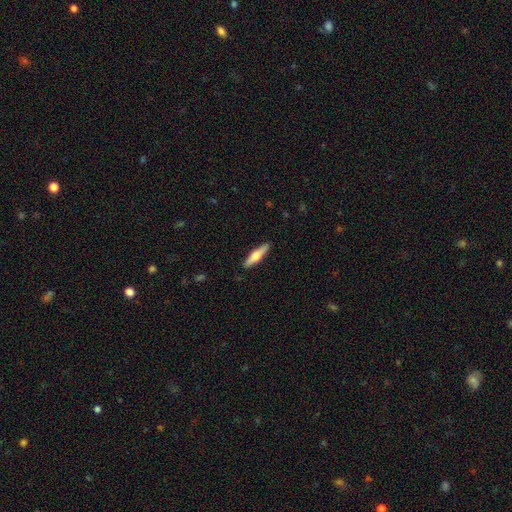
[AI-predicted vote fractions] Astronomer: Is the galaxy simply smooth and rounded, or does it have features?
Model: smooth — 49% (runner-up: featured or disk, 46%).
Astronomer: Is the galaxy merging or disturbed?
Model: none — 90%.